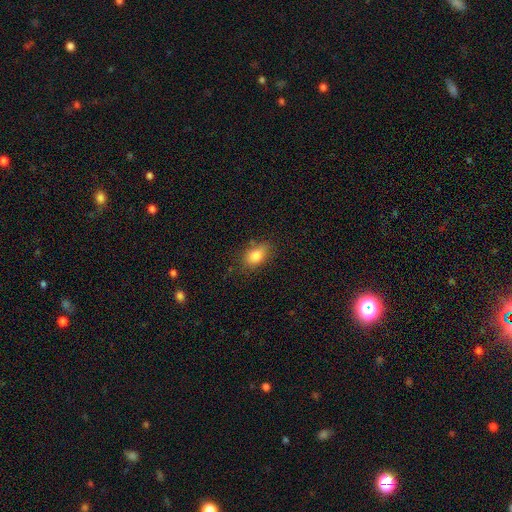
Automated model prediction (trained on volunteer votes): Q: Smooth or featured?
A: smooth (83%); runner-up: star or artifact (9%)
Q: How rounded?
A: in between (82%); runner-up: round (16%)
Q: Merging?
A: none (72%); runner-up: minor disturbance (20%)